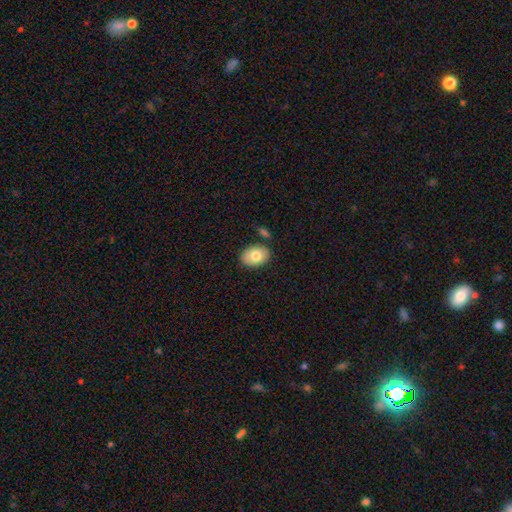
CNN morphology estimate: A smooth galaxy with no disk features (78%) that is in between round and cigar-shaped (82%).

Vote fractions:
- Smooth or featured? smooth: 78% / featured or disk: 16% / star or artifact: 7%
- How rounded? in between: 82% / round: 17% / cigar-shaped: 1%
- Merging? none: 79% / minor disturbance: 12% / merger: 6% / major disturbance: 3%